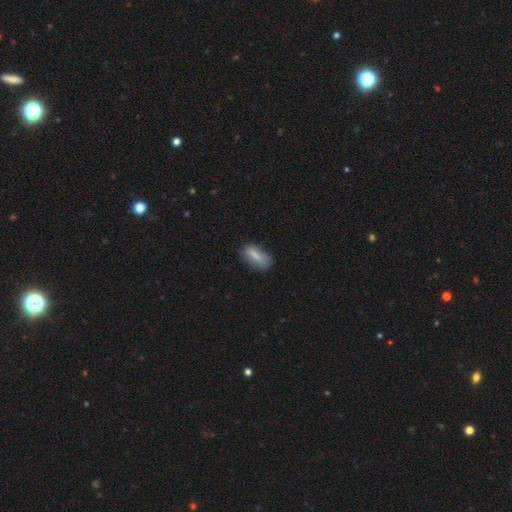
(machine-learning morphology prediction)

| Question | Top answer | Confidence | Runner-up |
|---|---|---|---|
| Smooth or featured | smooth | 69% | featured or disk (23%) |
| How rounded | in between | 79% | cigar-shaped (17%) |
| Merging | none | 67% | minor disturbance (24%) |